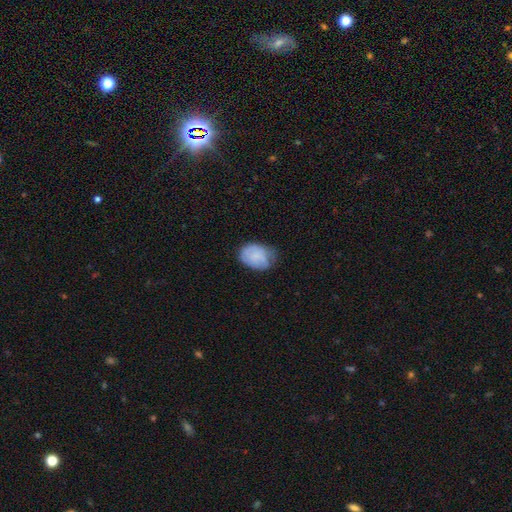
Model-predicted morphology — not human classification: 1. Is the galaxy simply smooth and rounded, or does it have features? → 68% smooth, 25% featured or disk, 8% star or artifact.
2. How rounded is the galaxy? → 78% in between, 21% round, 1% cigar-shaped.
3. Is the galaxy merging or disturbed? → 49% none, 38% minor disturbance, 12% major disturbance, 2% merger.